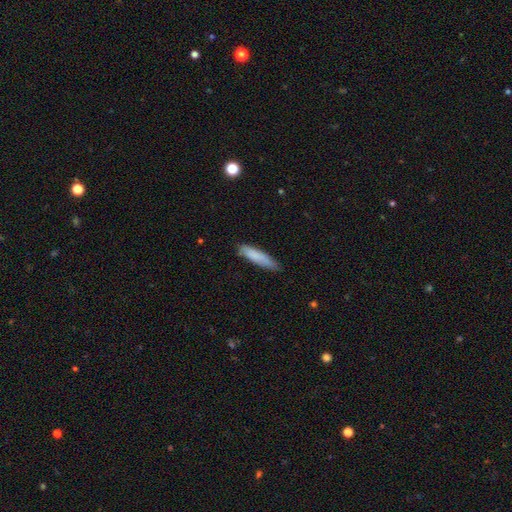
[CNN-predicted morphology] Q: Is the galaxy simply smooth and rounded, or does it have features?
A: smooth — 81%.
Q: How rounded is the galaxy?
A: cigar-shaped — 81%.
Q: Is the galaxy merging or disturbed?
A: none — 80%.